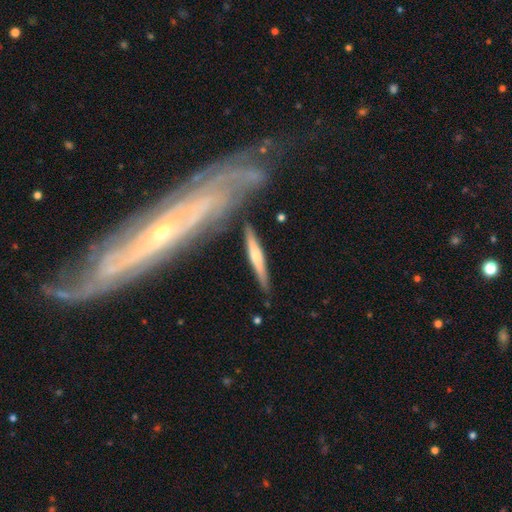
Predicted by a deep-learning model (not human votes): A featured or disk galaxy (56%) viewed edge-on (91%) with a rounded central bulge (63%).

Vote fractions:
- Smooth or featured? featured or disk: 56% / smooth: 39% / star or artifact: 5%
- Edge-on disk? yes: 91% / no: 9%
- Edge-on bulge? rounded: 63% / none: 27% / boxy: 10%
- Merging? none: 79% / minor disturbance: 11% / merger: 7% / major disturbance: 3%